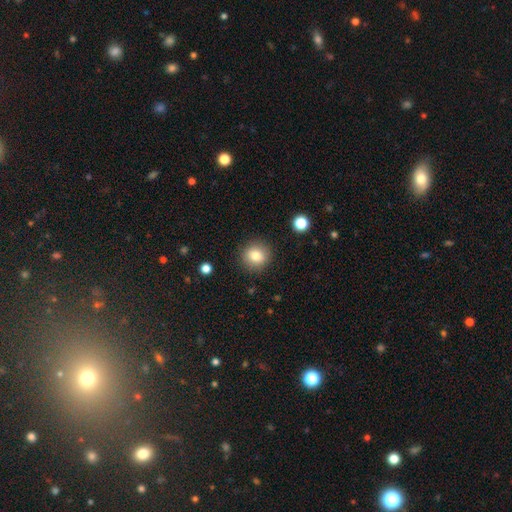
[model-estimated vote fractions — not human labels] smooth_or_featured: smooth (p=0.81) [alt: star or artifact p=0.10]
how_rounded: round (p=0.90) [alt: in between p=0.09]
merging: none (p=0.89) [alt: minor disturbance p=0.07]